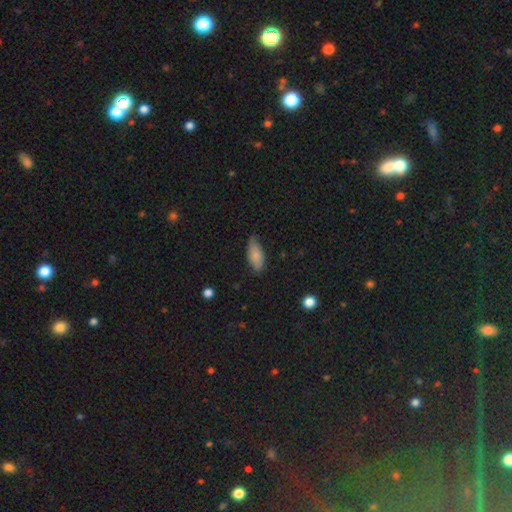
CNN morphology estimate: Smooth or featured?
  - smooth: 83% *
  - featured or disk: 11%
  - star or artifact: 7%
How rounded?
  - in between: 83% *
  - cigar-shaped: 15%
  - round: 2%
Merging?
  - none: 66% *
  - minor disturbance: 28%
  - major disturbance: 4%
  - merger: 1%